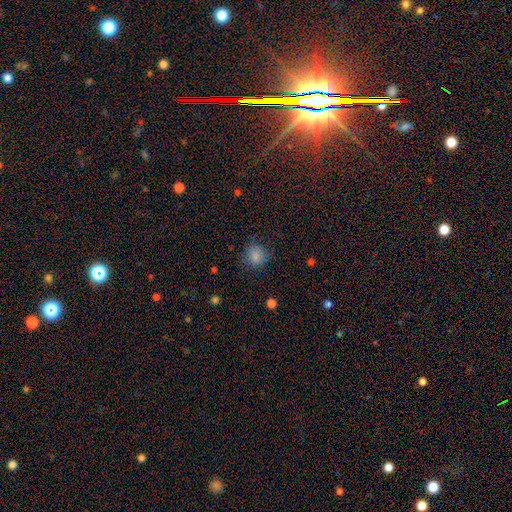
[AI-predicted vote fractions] Overall: smooth (82%). How rounded: round (77%). Merging: none (76%).